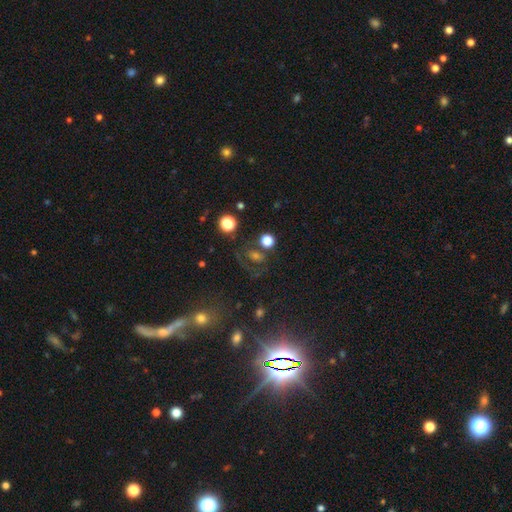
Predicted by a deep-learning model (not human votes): Smooth or featured? Predicted: smooth (p=0.39). Merging? Predicted: none (p=0.64).